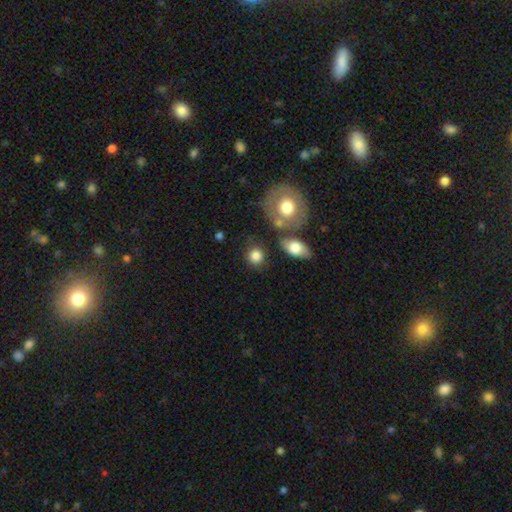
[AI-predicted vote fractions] This appears to be a smooth galaxy with no disk features (82%) that is round (84%). Merging: none (76%).